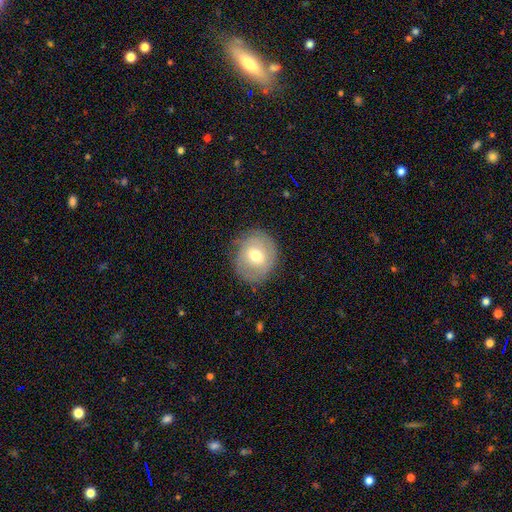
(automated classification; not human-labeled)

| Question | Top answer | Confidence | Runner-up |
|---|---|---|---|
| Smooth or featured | smooth | 53% | featured or disk (39%) |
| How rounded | round | 74% | in between (25%) |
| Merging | none | 78% | minor disturbance (16%) |